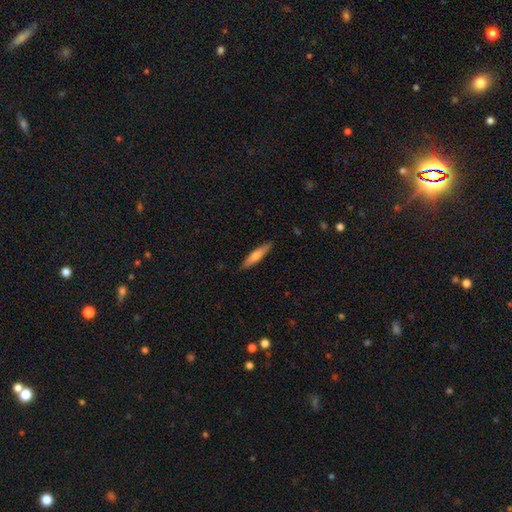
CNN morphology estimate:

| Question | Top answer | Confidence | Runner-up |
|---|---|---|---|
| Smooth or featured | smooth | 60% | featured or disk (34%) |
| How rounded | cigar-shaped | 87% | in between (12%) |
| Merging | none | 89% | minor disturbance (9%) |